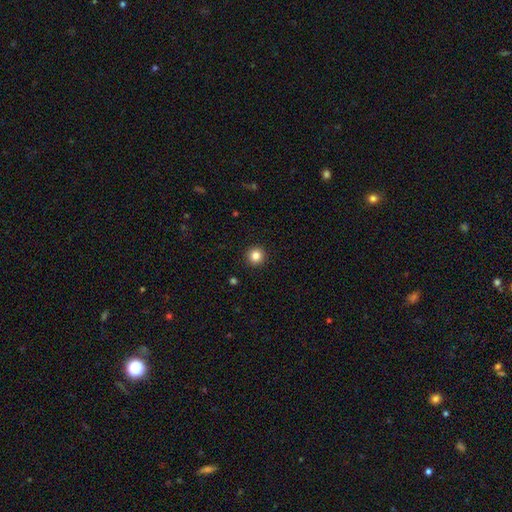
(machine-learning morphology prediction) type=smooth (84%); roundness=round (95%); merging=none (93%).